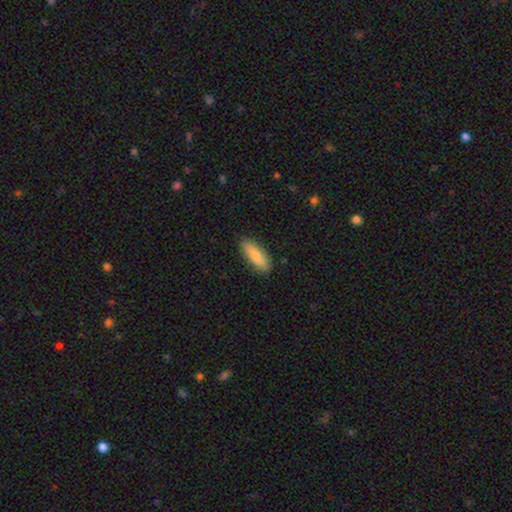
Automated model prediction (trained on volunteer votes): A smooth galaxy with no disk features (84%) that is in between round and cigar-shaped (59%). Merging: none (86%).